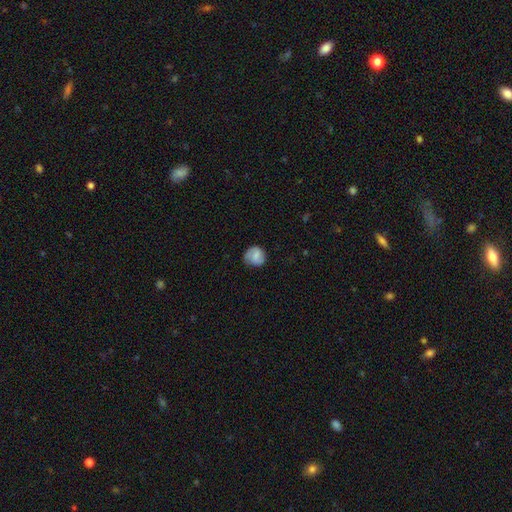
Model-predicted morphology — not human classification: smooth_or_featured: smooth (p=0.66) [alt: featured or disk p=0.26]
how_rounded: round (p=0.83) [alt: in between p=0.16]
merging: none (p=0.71) [alt: minor disturbance p=0.22]